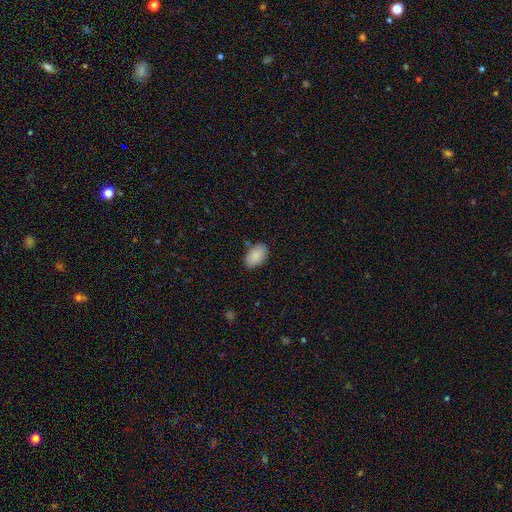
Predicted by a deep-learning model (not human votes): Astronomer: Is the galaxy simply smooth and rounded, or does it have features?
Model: smooth — 88%.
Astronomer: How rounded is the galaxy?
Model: in between — 92%.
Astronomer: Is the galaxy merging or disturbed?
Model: none — 81%.